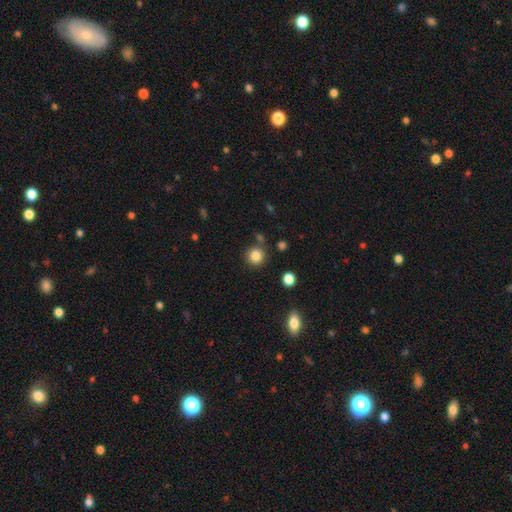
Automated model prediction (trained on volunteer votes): The model was most divided on "smooth or featured": smooth: 84%, star or artifact: 11%, featured or disk: 5%. More confident: how rounded — round (93%); merging — none (84%).